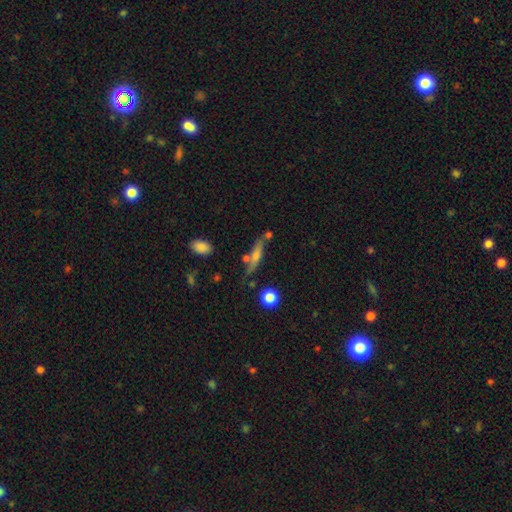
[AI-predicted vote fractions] Overall: featured or disk (50%; smooth 40%). Edge-on disk: yes (84%). Merging: none (69%).